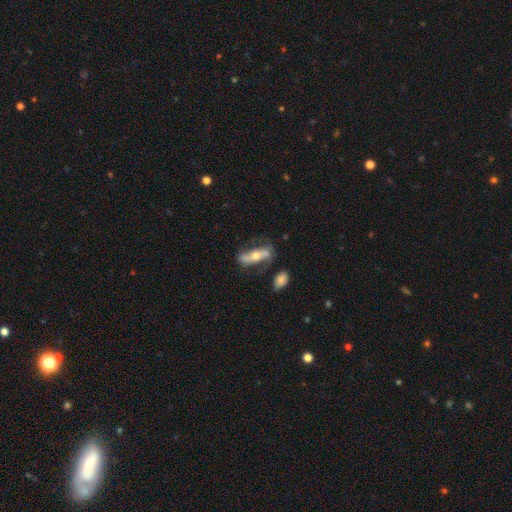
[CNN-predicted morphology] Smooth or featured?
  - featured or disk: 64% *
  - smooth: 29%
  - star or artifact: 7%
Edge-on disk?
  - no: 69% *
  - yes: 31%
Merging?
  - none: 61% *
  - minor disturbance: 21%
  - major disturbance: 10%
  - merger: 8%